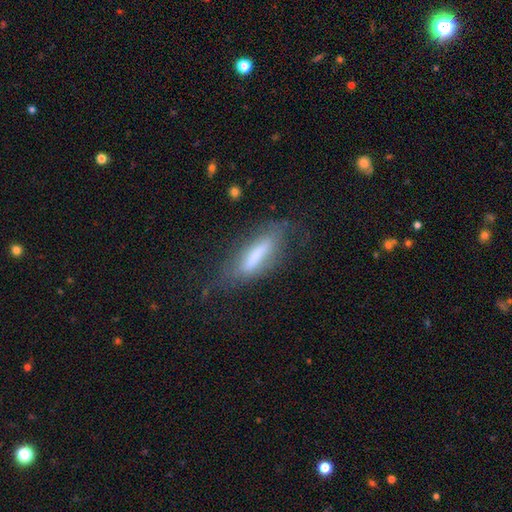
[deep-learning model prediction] Q: Smooth or featured?
A: smooth (59%); runner-up: featured or disk (32%)
Q: How rounded?
A: cigar-shaped (65%); runner-up: in between (33%)
Q: Merging?
A: none (62%); runner-up: minor disturbance (23%)